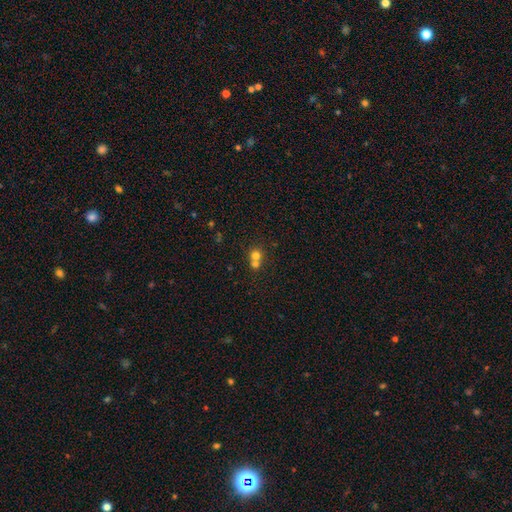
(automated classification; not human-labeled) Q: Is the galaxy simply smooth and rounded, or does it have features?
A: smooth — 73%.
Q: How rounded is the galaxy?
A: round — 87%.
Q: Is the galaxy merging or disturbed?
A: merger — 55%.